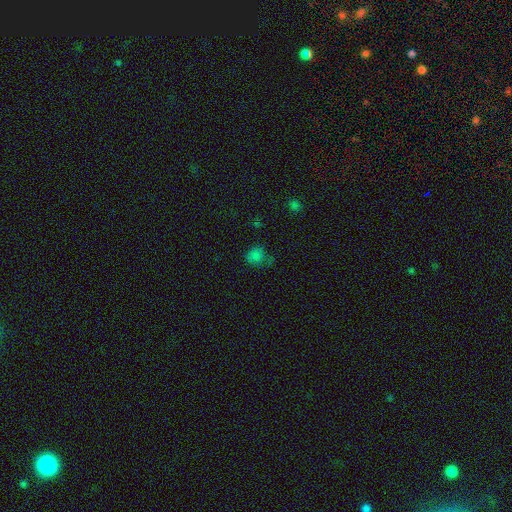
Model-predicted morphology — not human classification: type=smooth (73%); roundness=round (79%); merging=none (59%).